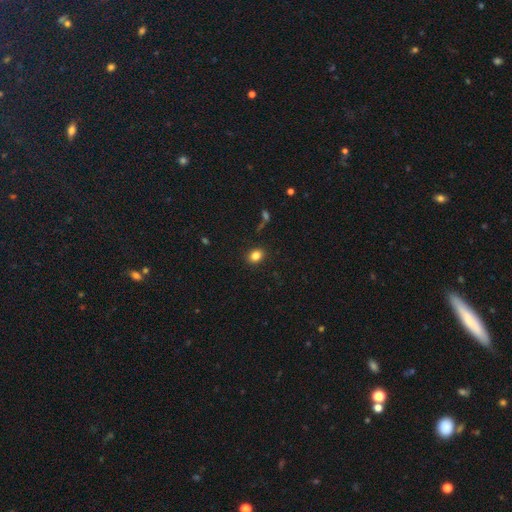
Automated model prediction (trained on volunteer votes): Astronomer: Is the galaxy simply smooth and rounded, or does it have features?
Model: smooth — 83%.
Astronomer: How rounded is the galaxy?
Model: in between — 51% (runner-up: round, 48%).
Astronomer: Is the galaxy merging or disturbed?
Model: none — 88%.